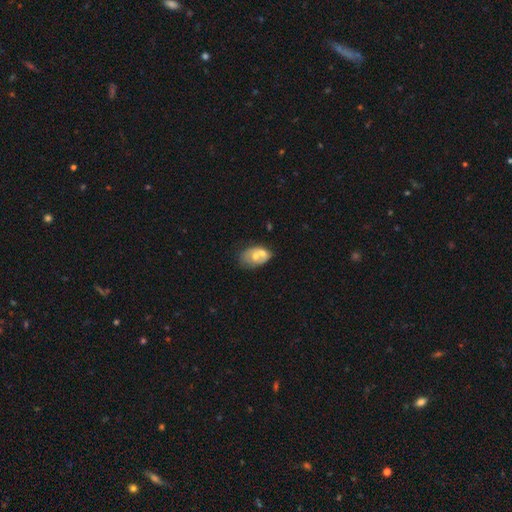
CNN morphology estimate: smooth 50%, featured or disk 43%, star or artifact 7%. Down the decision tree: merging — merger (46%).